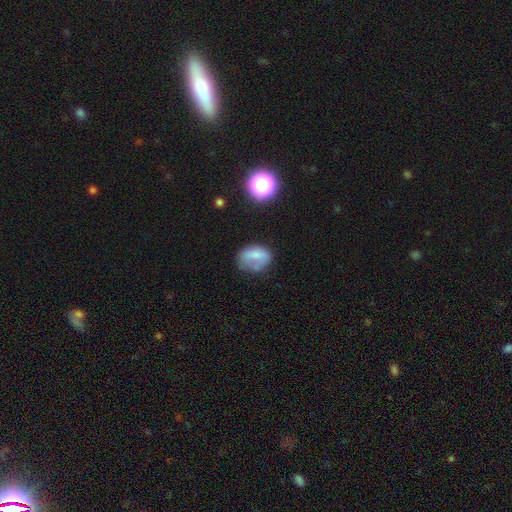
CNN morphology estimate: Smooth or featured? smooth (66%)
How rounded? in between (62%)
Merging? none (46%)